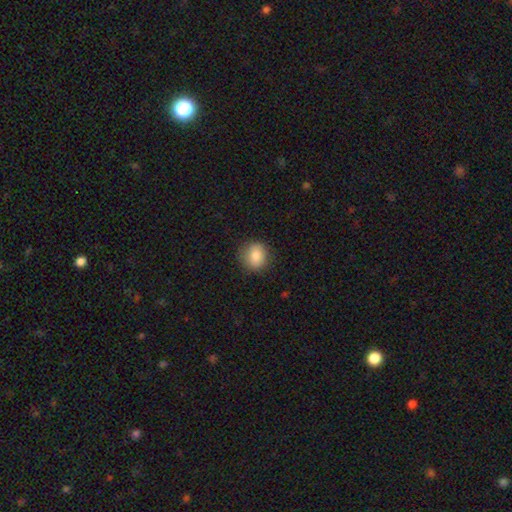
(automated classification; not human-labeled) A smooth galaxy with no disk features (83%) that is round (79%). Merging: none (84%).